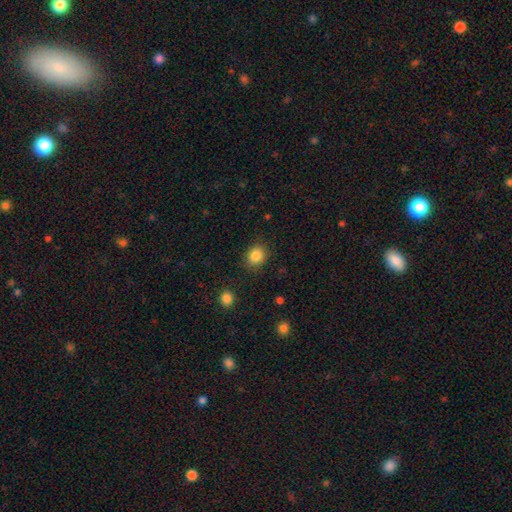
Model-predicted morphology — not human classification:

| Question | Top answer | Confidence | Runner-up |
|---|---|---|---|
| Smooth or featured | smooth | 85% | star or artifact (10%) |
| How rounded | round | 69% | in between (30%) |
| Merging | none | 86% | minor disturbance (10%) |